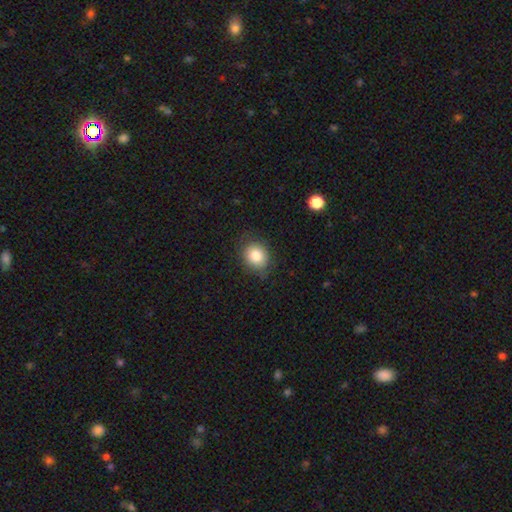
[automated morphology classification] The model was most divided on "how rounded": round: 65%, in between: 34%, cigar-shaped: 1%. More confident: smooth or featured — smooth (82%); merging — none (77%).